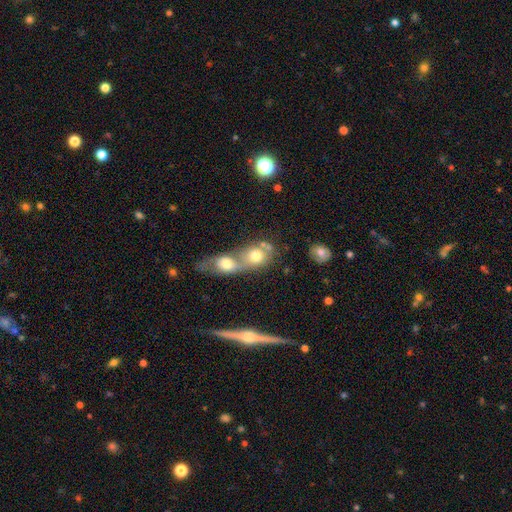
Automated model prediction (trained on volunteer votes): Smooth or featured?
  - smooth: 67% *
  - featured or disk: 23%
  - star or artifact: 10%
How rounded?
  - round: 56% *
  - in between: 41%
  - cigar-shaped: 3%
Merging?
  - merger: 73% *
  - none: 17%
  - minor disturbance: 6%
  - major disturbance: 5%